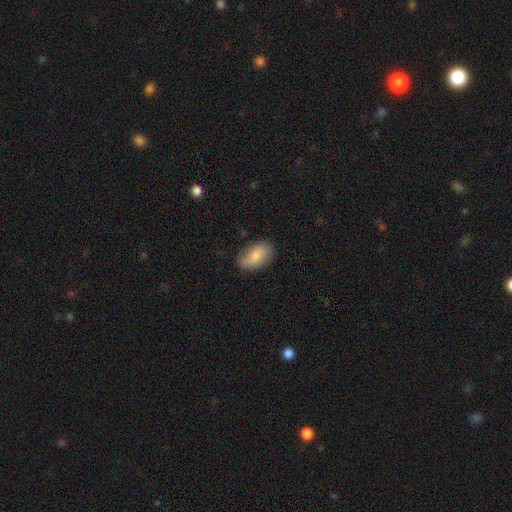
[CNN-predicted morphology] smooth-or-featured: smooth: 81% | featured or disk: 12% | star or artifact: 6%
  how-rounded: in between: 93% | round: 5% | cigar-shaped: 2%
  merging: none: 77% | minor disturbance: 18% | major disturbance: 4% | merger: 1%